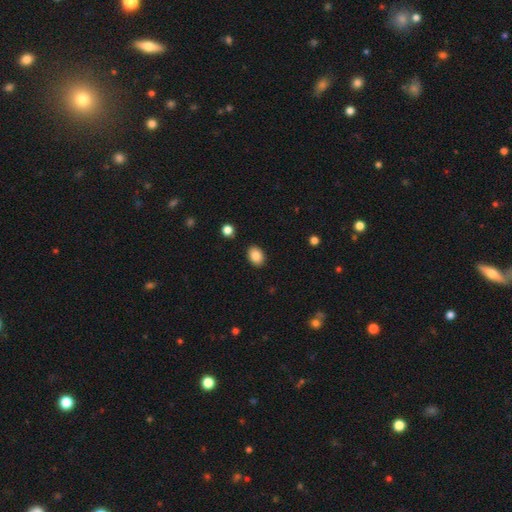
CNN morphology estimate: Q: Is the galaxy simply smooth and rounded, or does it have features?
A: smooth — 87%.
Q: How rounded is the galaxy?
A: in between — 76%.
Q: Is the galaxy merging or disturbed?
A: none — 88%.